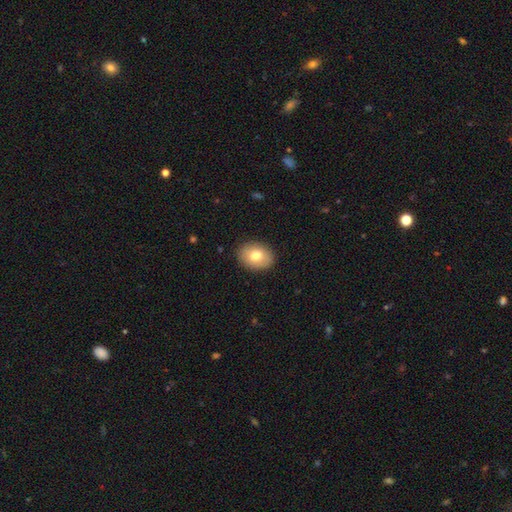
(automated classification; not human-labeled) This is likely a smooth galaxy (76%). How rounded: likely in between (66%). Merging: clearly none (88%).